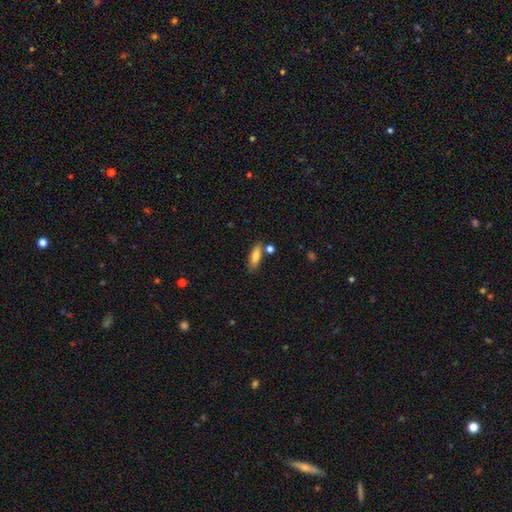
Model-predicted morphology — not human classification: This appears to be a smooth galaxy with no disk features (77%) that is in between round and cigar-shaped (55%). Merging: none (72%).